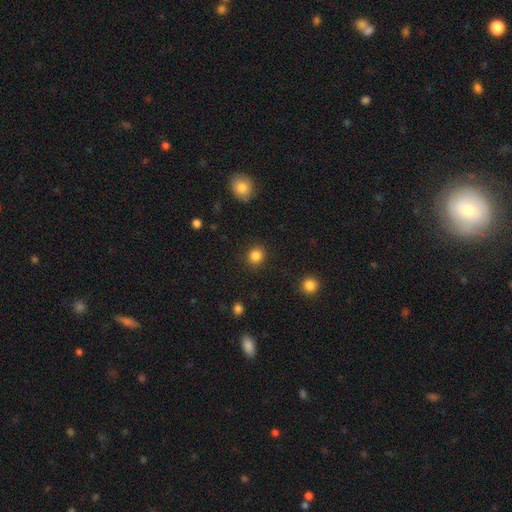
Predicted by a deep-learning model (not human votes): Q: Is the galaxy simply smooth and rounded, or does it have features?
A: smooth — 85%.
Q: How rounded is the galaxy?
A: round — 83%.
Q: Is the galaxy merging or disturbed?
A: none — 90%.